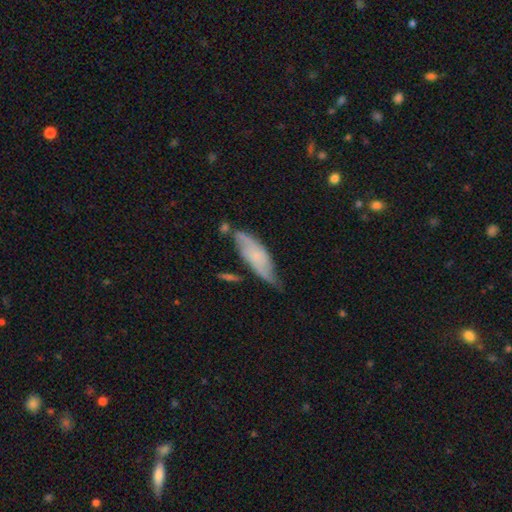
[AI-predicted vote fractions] This is possibly a smooth galaxy (48%). Merging: possibly none (46%).